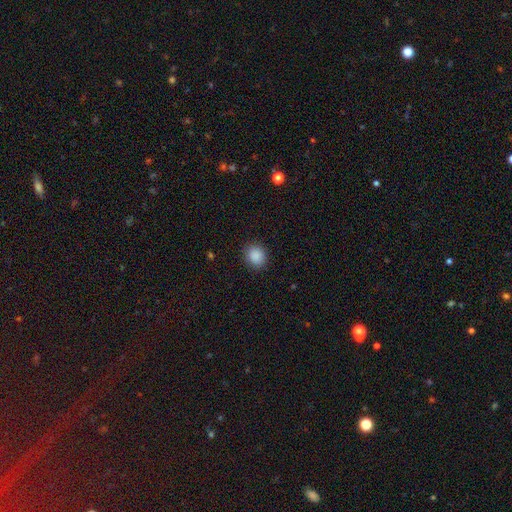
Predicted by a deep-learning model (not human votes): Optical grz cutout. It shows a smooth galaxy with no disk features (89%) that is round (78%). Merging: none (89%).